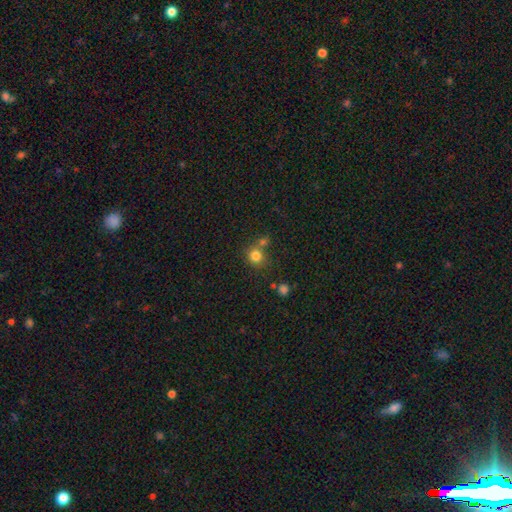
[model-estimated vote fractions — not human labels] Overall: smooth (79%). How rounded: round (87%). Merging: none (64%).